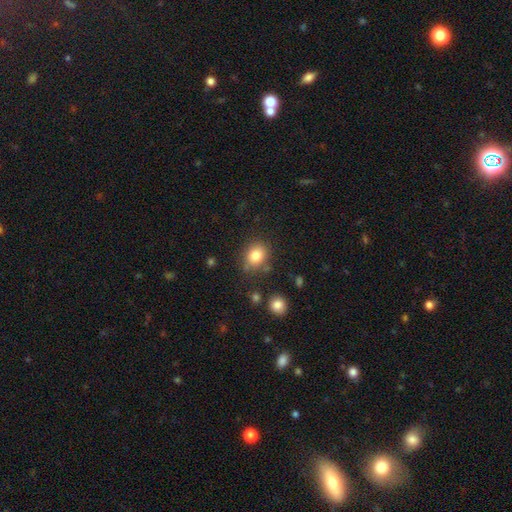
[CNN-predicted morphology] type=smooth (82%); roundness=round (59%); merging=none (76%).